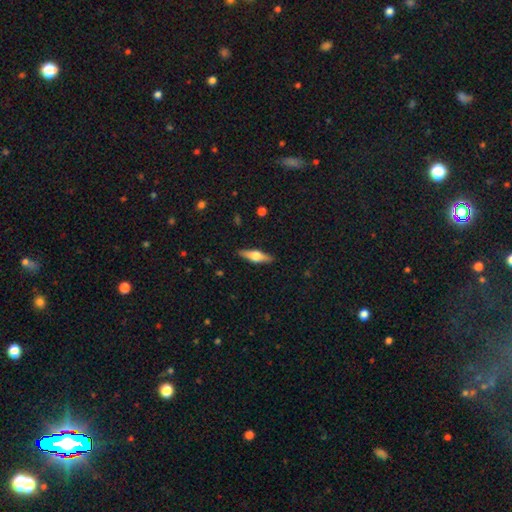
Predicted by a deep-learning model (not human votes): smooth-or-featured: featured or disk: 59% | smooth: 36% | star or artifact: 6%
  disk-edge-on: yes: 95% | no: 5%
    edge-on-bulge: rounded: 94% | boxy: 4% | none: 2%
  merging: none: 89% | minor disturbance: 8% | major disturbance: 2% | merger: 1%